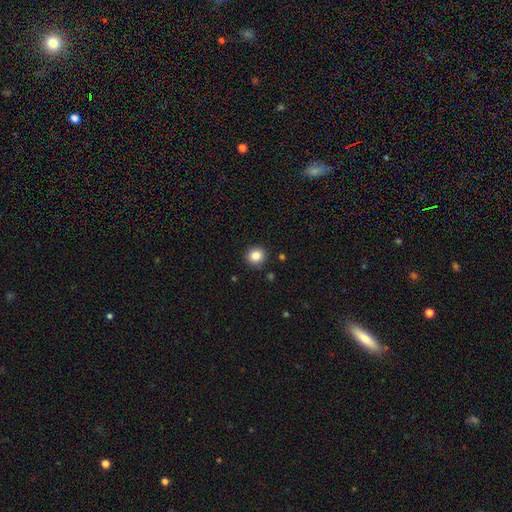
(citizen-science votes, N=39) Q: Smooth or featured?
A: smooth (82%); runner-up: star or artifact (10%)
Q: How rounded?
A: round (94%); runner-up: in between (6%)
Q: Merging?
A: none (89%); runner-up: minor disturbance (9%)